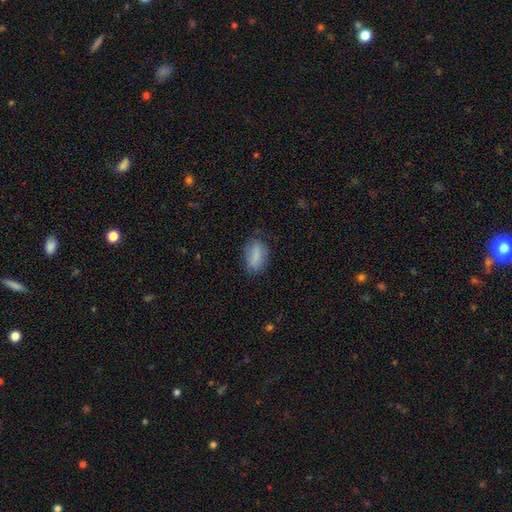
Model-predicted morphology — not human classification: Overall: smooth (82%). How rounded: in between (87%). Merging: none (72%).